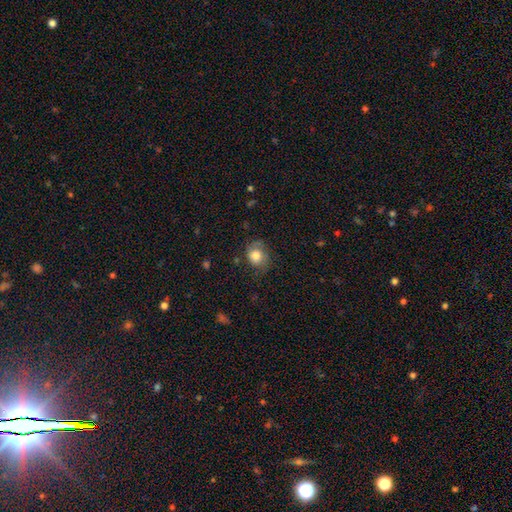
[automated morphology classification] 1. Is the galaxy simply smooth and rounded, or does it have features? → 79% smooth, 12% featured or disk, 9% star or artifact.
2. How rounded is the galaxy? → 66% round, 33% in between, 1% cigar-shaped.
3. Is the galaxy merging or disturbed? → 63% none, 25% minor disturbance, 10% major disturbance, 2% merger.